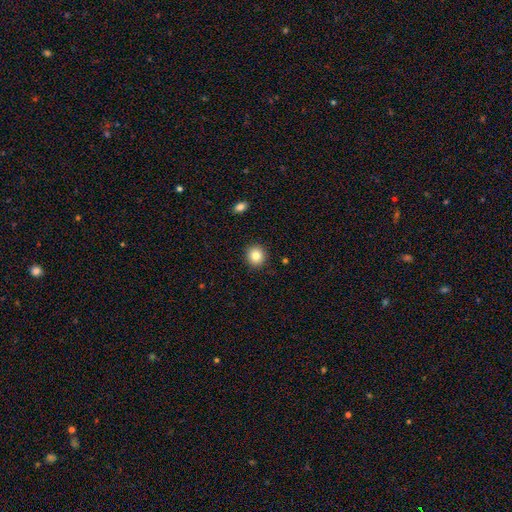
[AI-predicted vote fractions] Smooth or featured? smooth (83%)
How rounded? round (89%)
Merging? none (91%)